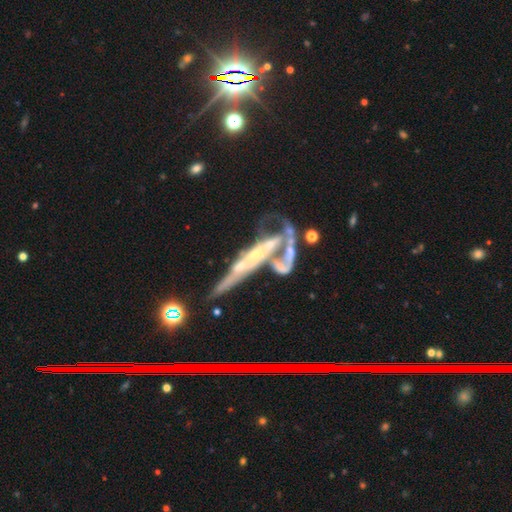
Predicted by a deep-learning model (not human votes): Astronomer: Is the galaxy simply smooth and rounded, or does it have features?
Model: featured or disk — 72%.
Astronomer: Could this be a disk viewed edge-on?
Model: no — 54% (runner-up: yes, 46%).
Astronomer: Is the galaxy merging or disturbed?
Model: merger — 43% (runner-up: major disturbance, 23%).